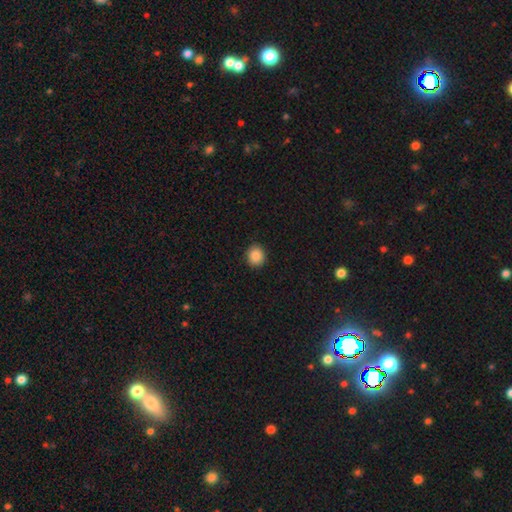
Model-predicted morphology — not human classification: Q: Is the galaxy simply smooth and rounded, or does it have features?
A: smooth — 87%.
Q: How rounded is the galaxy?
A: round — 83%.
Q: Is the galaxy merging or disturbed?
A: none — 91%.